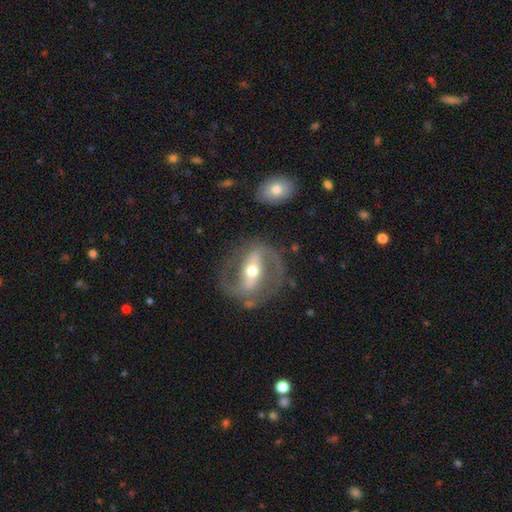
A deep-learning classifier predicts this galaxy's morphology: Q: Smooth or featured?
A: featured or disk (86%); runner-up: smooth (8%)
Q: Edge-on disk?
A: no (93%); runner-up: yes (7%)
Q: Bar?
A: strong (68%); runner-up: weak (21%)
Q: Spiral arms?
A: yes (89%); runner-up: no (11%)
Q: Spiral winding?
A: medium (51%); runner-up: tight (25%)
Q: Spiral arm count?
A: 2 (89%); runner-up: can't tell (5%)
Q: Bulge size?
A: moderate (64%); runner-up: small (29%)
Q: Merging?
A: none (78%); runner-up: minor disturbance (13%)